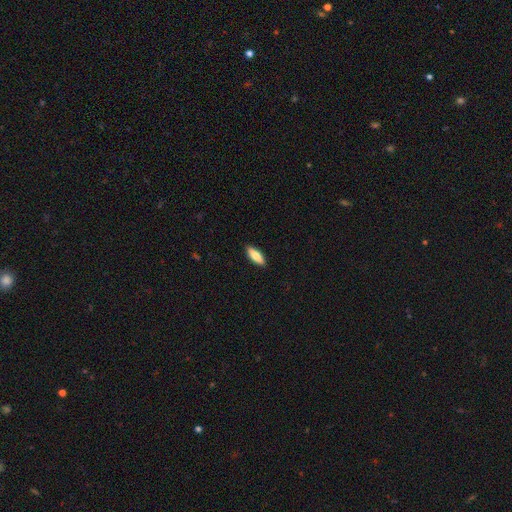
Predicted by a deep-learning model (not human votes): smooth 80%, featured or disk 14%, star or artifact 6%. Down the decision tree: how rounded — in between (65%); merging — none (90%).